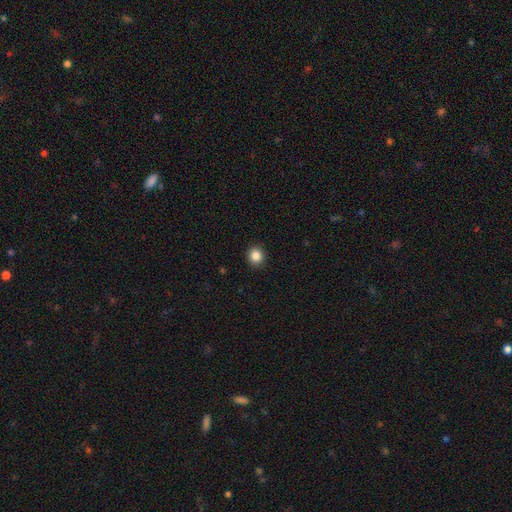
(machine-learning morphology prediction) Overall: smooth (86%). How rounded: round (84%). Merging: none (92%).